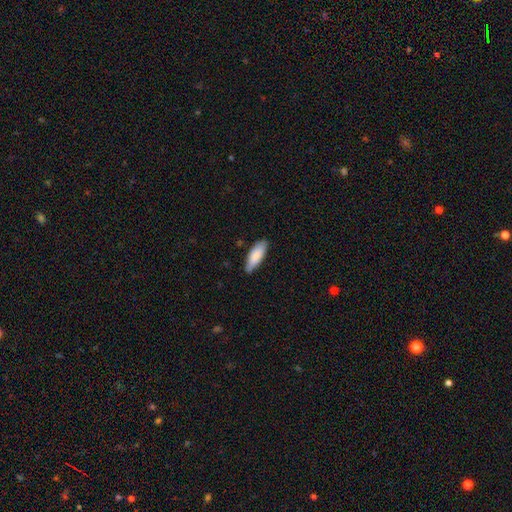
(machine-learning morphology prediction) A smooth galaxy with no disk features (85%) that is in between round and cigar-shaped (67%).

Vote fractions:
- Smooth or featured? smooth: 85% / featured or disk: 10% / star or artifact: 5%
- How rounded? in between: 67% / cigar-shaped: 31% / round: 2%
- Merging? none: 79% / minor disturbance: 18% / major disturbance: 2% / merger: 1%